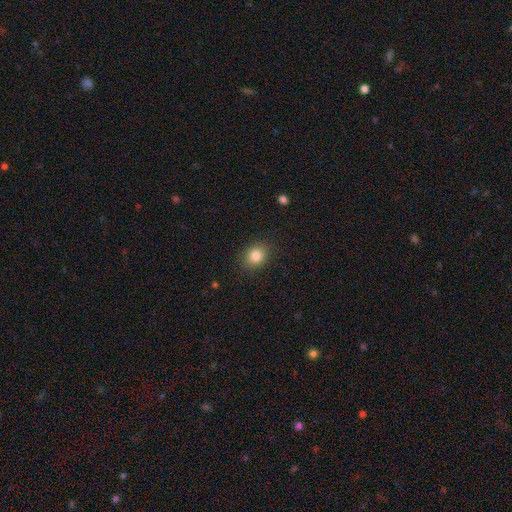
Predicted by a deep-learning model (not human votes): Smooth or featured: smooth — 83% (star or artifact — 11%)
How rounded: round — 57% (in between — 42%)
Merging: none — 88% (minor disturbance — 8%)